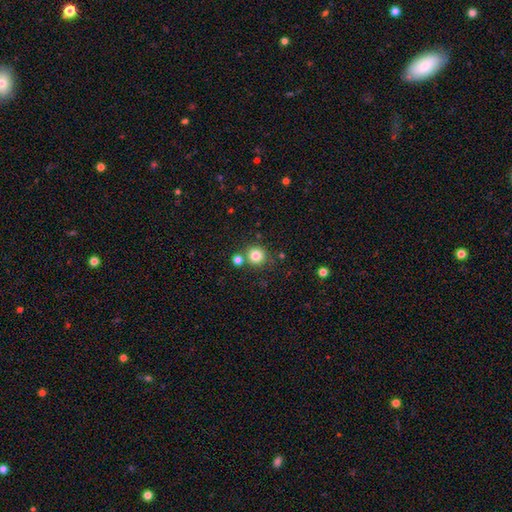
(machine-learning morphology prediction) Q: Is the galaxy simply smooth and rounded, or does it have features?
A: smooth — 82%.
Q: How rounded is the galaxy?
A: round — 93%.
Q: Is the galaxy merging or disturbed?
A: none — 77%.